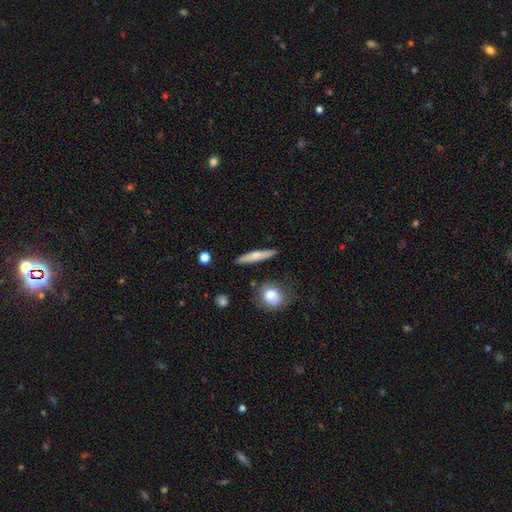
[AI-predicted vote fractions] Smooth or featured? Predicted: smooth (p=0.66). How rounded? Predicted: cigar-shaped (p=0.86). Merging? Predicted: none (p=0.87).